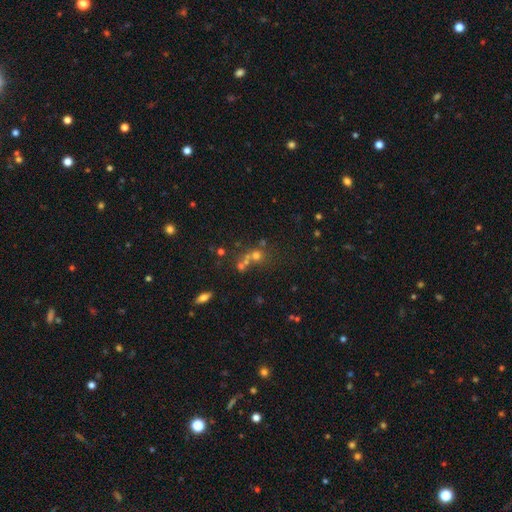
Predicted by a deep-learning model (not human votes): smooth 53%, star or artifact 27%, featured or disk 20%. Down the decision tree: how rounded — round (82%); merging — none (44%).